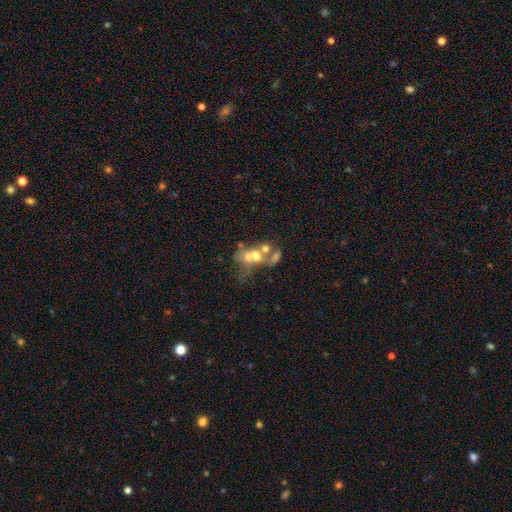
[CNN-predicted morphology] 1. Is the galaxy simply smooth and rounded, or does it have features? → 44% featured or disk, 39% smooth, 17% star or artifact.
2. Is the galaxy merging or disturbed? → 60% merger, 18% none, 14% major disturbance, 8% minor disturbance.